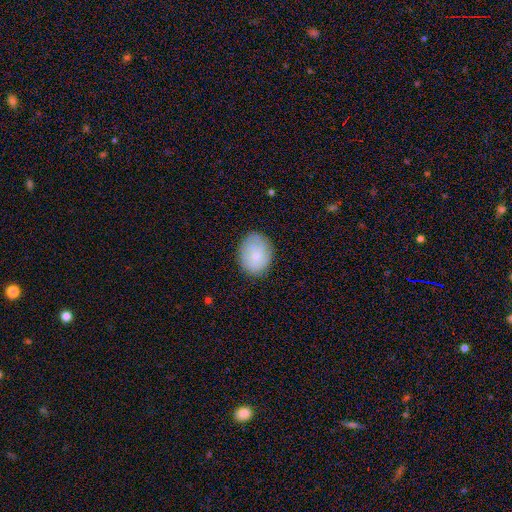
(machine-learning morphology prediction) smooth 70%, featured or disk 23%, star or artifact 7%. Down the decision tree: how rounded — in between (60%); merging — none (82%).